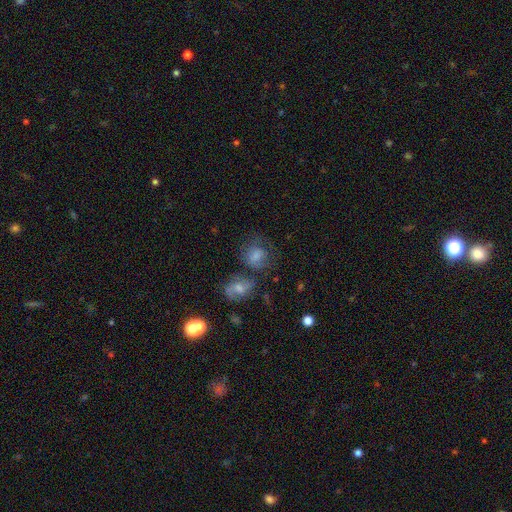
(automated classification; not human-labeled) Morphology: type=smooth (67%); roundness=round (62%); merging=none (45%).